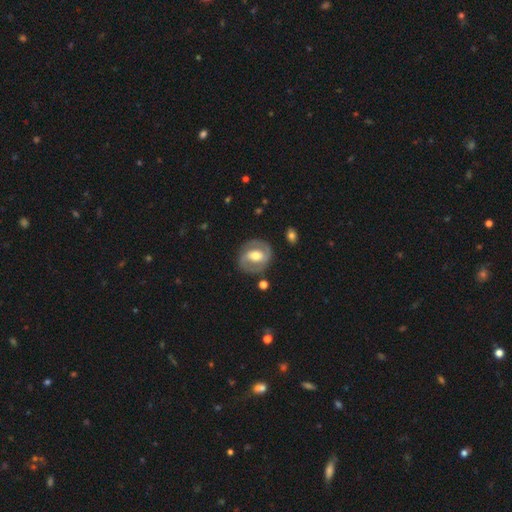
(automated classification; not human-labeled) Q: Smooth or featured?
A: featured or disk (69%); runner-up: smooth (25%)
Q: Edge-on disk?
A: no (96%); runner-up: yes (4%)
Q: Bar?
A: weak (39%); runner-up: strong (36%)
Q: Spiral arms?
A: yes (67%); runner-up: no (33%)
Q: Bulge size?
A: moderate (69%); runner-up: large (15%)
Q: Merging?
A: none (80%); runner-up: minor disturbance (13%)